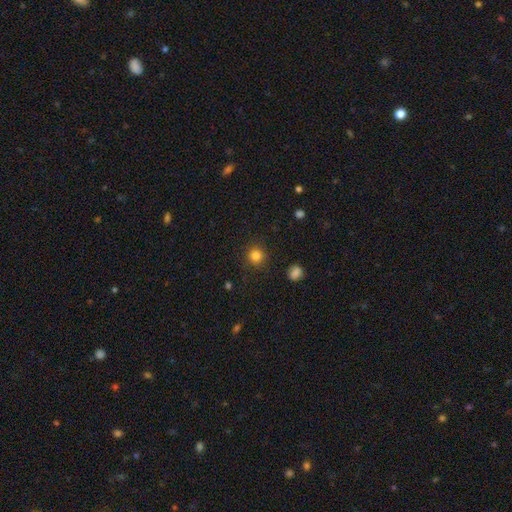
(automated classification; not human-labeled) The model was most divided on "smooth or featured": smooth: 83%, star or artifact: 12%, featured or disk: 4%. More confident: how rounded — round (93%); merging — none (90%).